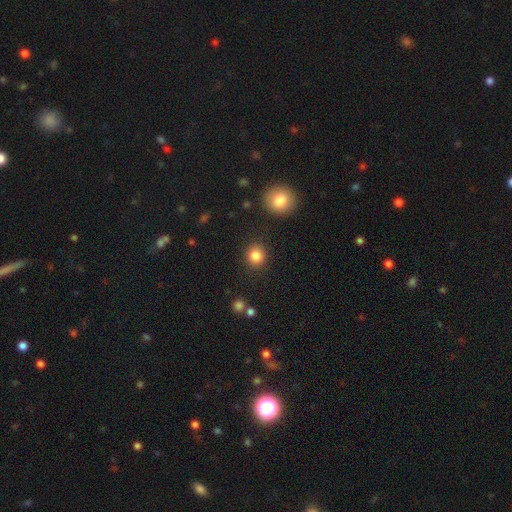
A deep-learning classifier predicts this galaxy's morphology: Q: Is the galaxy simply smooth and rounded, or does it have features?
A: smooth — 85%.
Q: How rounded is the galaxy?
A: round — 88%.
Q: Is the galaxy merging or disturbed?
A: none — 89%.